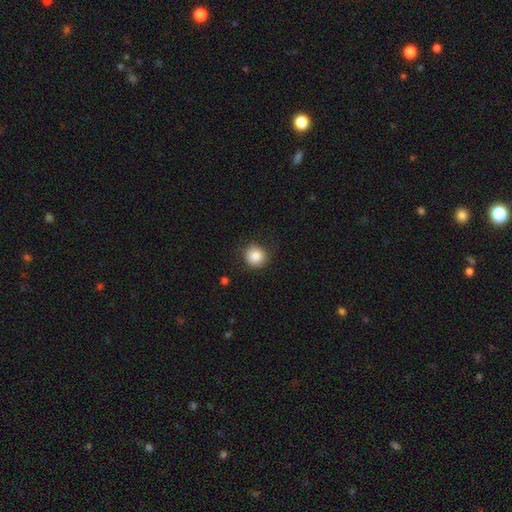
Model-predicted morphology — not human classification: The model was most divided on "merging": none: 82%, minor disturbance: 13%, major disturbance: 4%, merger: 1%. More confident: how rounded — round (91%); smooth or featured — smooth (86%).